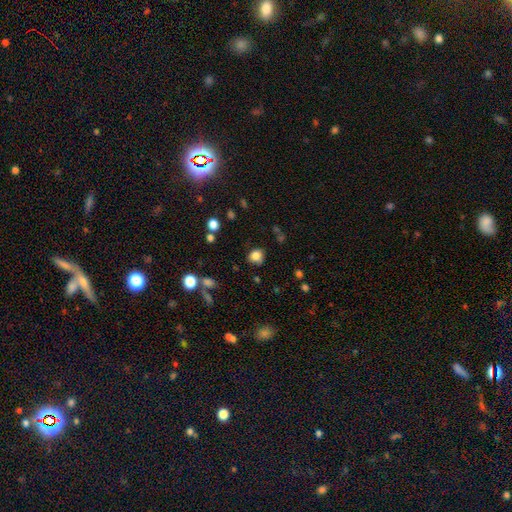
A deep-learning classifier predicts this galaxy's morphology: Smooth or featured? Predicted: smooth (p=0.83). How rounded? Predicted: round (p=0.72). Merging? Predicted: none (p=0.78).